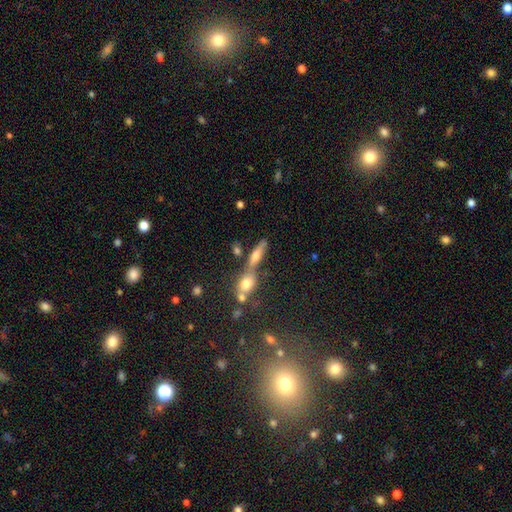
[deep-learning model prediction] smooth 59%, featured or disk 29%, star or artifact 12%. Down the decision tree: how rounded — cigar-shaped (48%); merging — none (44%).